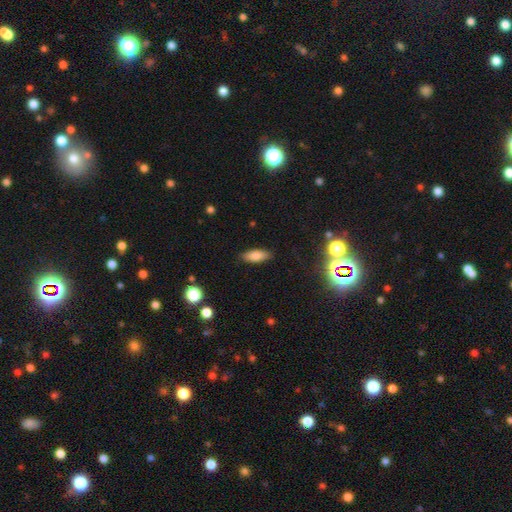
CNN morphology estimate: Smooth or featured? Predicted: smooth (p=0.80). How rounded? Predicted: in between (p=0.70). Merging? Predicted: none (p=0.86).